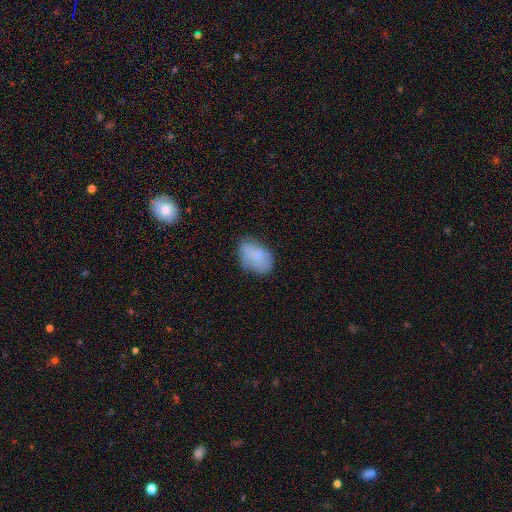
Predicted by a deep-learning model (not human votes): The model was most divided on "merging": none: 56%, minor disturbance: 31%, major disturbance: 10%, merger: 3%. More confident: how rounded — in between (87%); smooth or featured — smooth (74%).